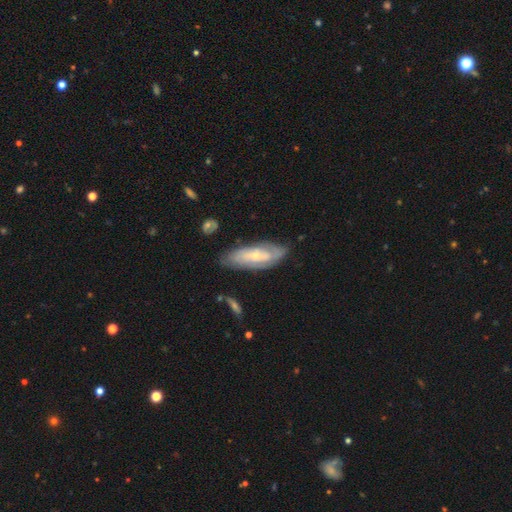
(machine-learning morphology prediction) Q: Smooth or featured?
A: featured or disk (65%); runner-up: smooth (29%)
Q: Edge-on disk?
A: no (84%); runner-up: yes (16%)
Q: Bar?
A: no (68%); runner-up: weak (26%)
Q: Spiral arms?
A: yes (78%); runner-up: no (22%)
Q: Bulge size?
A: small (68%); runner-up: moderate (28%)
Q: Merging?
A: none (72%); runner-up: minor disturbance (20%)